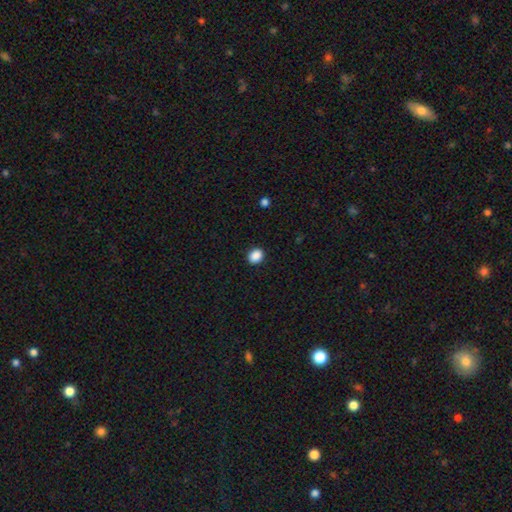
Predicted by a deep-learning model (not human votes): This is clearly a smooth galaxy (89%). How rounded: possibly round (57%). Merging: clearly none (91%).